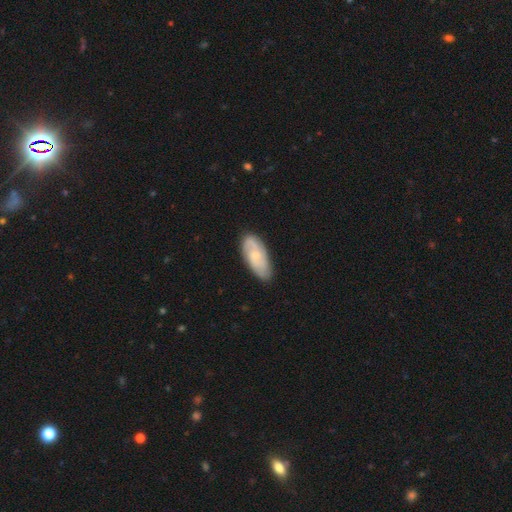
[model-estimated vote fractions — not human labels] Morphology: type=featured or disk (54%); edge-on=no (91%); merging=none (79%).